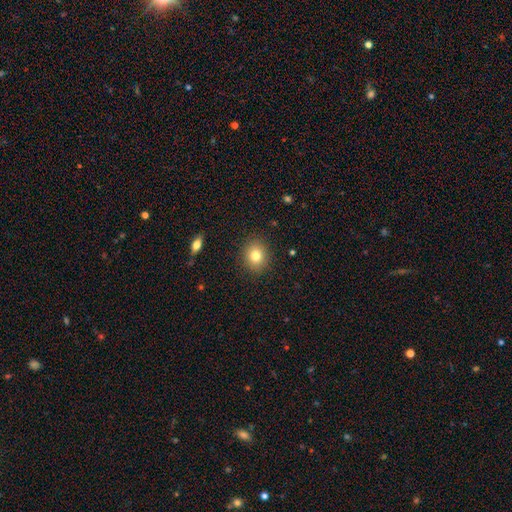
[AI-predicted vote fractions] A smooth galaxy with no disk features (80%) that is round (69%).

Vote fractions:
- Smooth or featured? smooth: 80% / star or artifact: 11% / featured or disk: 9%
- How rounded? round: 69% / in between: 30% / cigar-shaped: 1%
- Merging? none: 89% / minor disturbance: 8% / major disturbance: 2% / merger: 1%